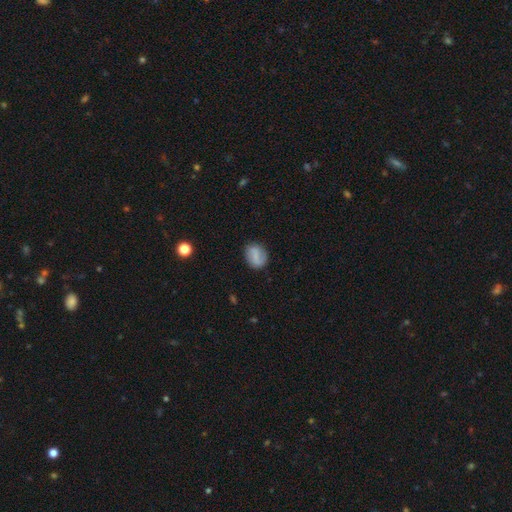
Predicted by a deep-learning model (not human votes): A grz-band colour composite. It shows a smooth galaxy with no disk features (62%) that is in between round and cigar-shaped (52%). Merging: none (79%).